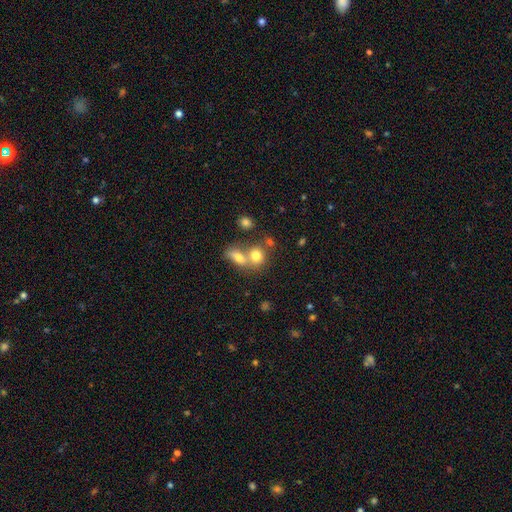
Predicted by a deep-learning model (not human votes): Smooth or featured? smooth (76%)
How rounded? round (62%)
Merging? merger (51%)